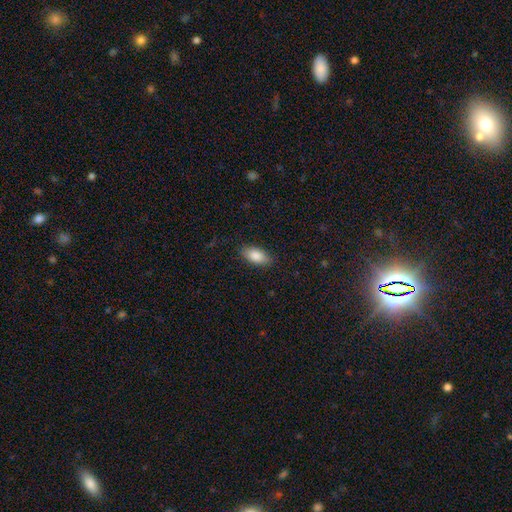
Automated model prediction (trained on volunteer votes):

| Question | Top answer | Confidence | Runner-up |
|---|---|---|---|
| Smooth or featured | smooth | 87% | featured or disk (7%) |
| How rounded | in between | 91% | cigar-shaped (6%) |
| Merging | none | 86% | minor disturbance (10%) |